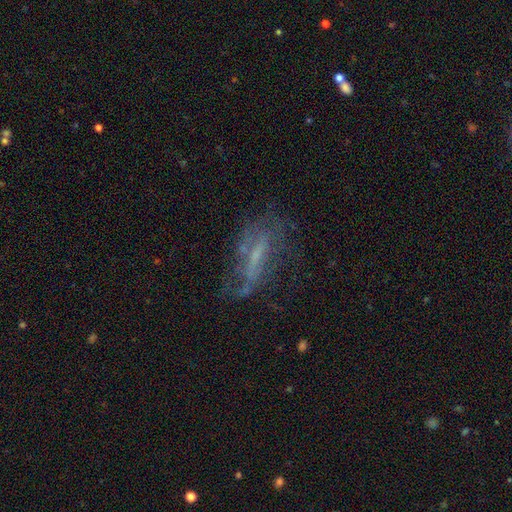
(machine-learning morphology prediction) Smooth or featured? featured or disk (60%)
Edge-on disk? no (78%)
Merging? none (49%)